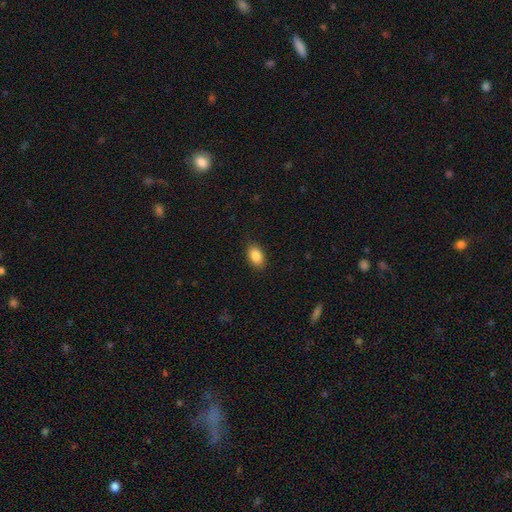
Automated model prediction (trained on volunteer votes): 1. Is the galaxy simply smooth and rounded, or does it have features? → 87% smooth, 8% star or artifact, 5% featured or disk.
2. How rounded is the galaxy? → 89% in between, 10% round, 2% cigar-shaped.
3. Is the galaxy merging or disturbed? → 87% none, 10% minor disturbance, 2% major disturbance, 1% merger.